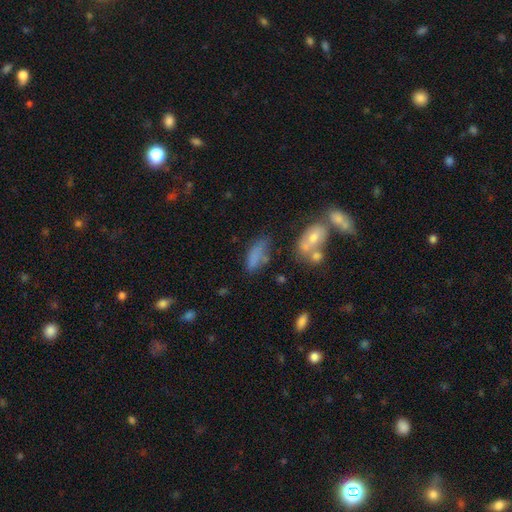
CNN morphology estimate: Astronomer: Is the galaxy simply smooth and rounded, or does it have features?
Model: smooth — 71%.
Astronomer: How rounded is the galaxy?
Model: in between — 78%.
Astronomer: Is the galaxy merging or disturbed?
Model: none — 40% (runner-up: minor disturbance, 27%).